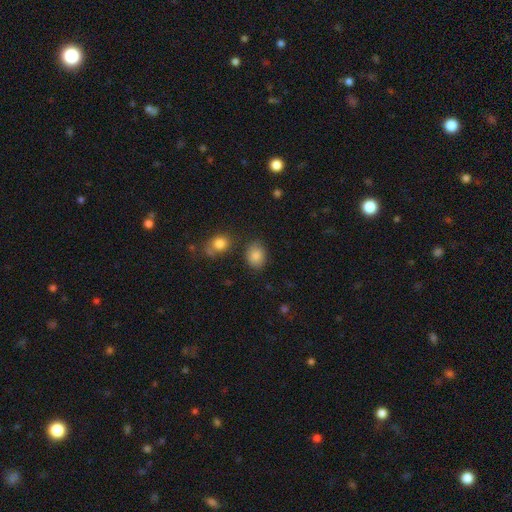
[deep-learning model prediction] Morphology: type=smooth (86%); roundness=in between (56%); merging=none (79%).